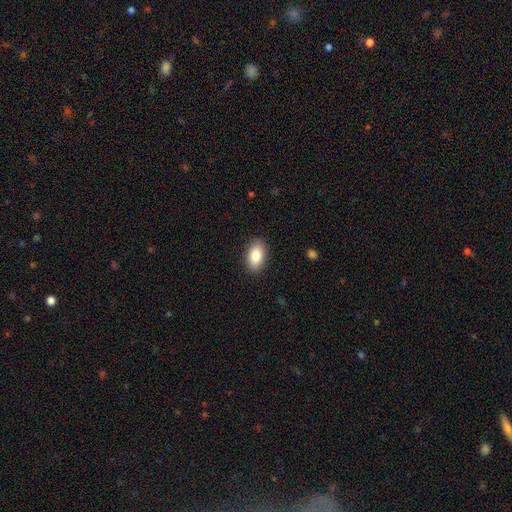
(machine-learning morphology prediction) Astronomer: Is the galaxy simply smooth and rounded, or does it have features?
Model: smooth — 85%.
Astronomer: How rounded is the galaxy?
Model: in between — 92%.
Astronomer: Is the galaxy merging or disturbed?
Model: none — 89%.